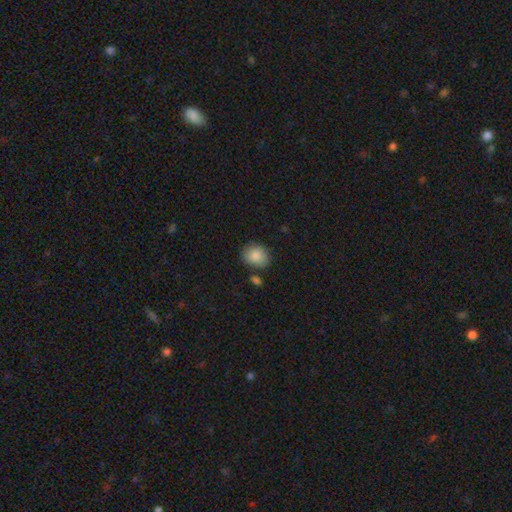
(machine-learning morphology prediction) type=smooth (87%); roundness=round (53%); merging=none (76%).